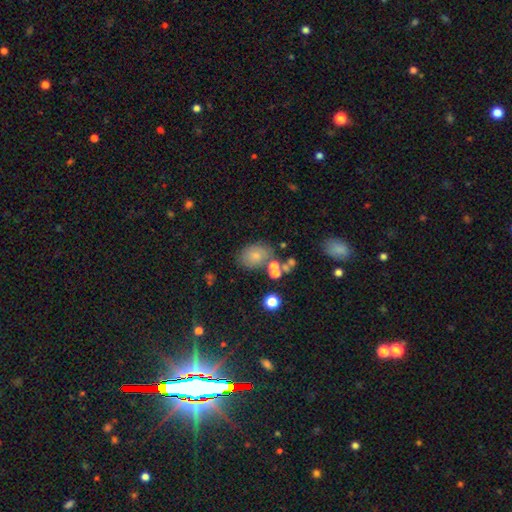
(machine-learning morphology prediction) Smooth or featured?
  - smooth: 71% *
  - featured or disk: 17%
  - star or artifact: 12%
How rounded?
  - in between: 67% *
  - round: 31%
  - cigar-shaped: 1%
Merging?
  - none: 62% *
  - minor disturbance: 17%
  - merger: 13%
  - major disturbance: 7%